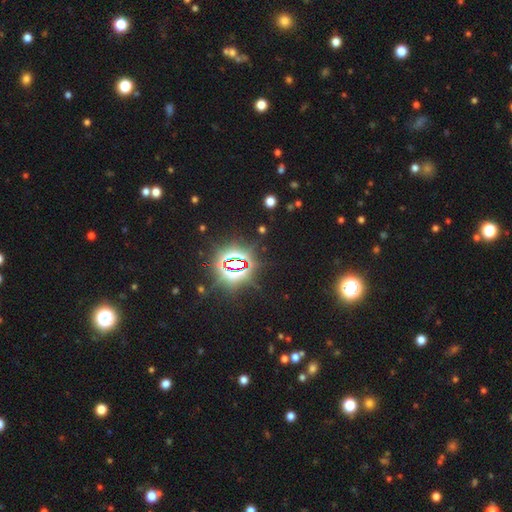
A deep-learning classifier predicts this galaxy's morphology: Overall: star or artifact (83%).